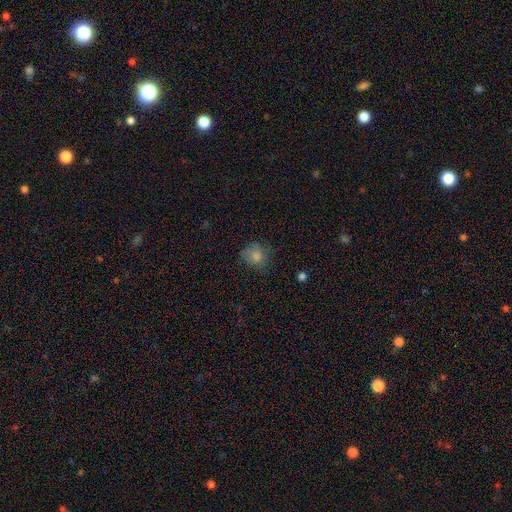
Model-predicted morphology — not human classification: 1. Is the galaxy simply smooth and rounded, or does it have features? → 77% smooth, 12% star or artifact, 11% featured or disk.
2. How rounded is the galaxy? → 77% round, 22% in between, 1% cigar-shaped.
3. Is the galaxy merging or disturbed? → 65% none, 22% minor disturbance, 11% major disturbance, 2% merger.